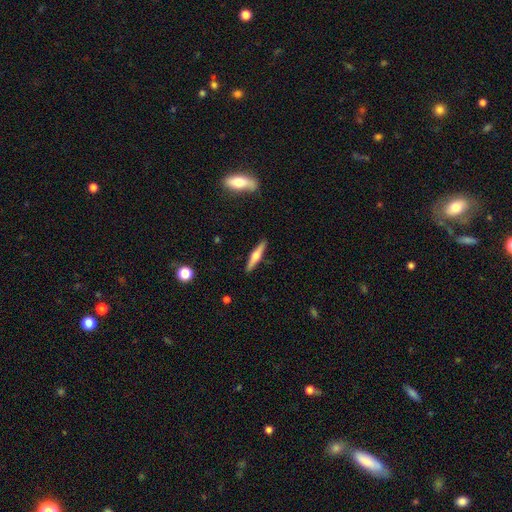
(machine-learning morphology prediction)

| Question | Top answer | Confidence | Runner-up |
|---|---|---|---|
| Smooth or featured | featured or disk | 55% | smooth (39%) |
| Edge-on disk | yes | 96% | no (4%) |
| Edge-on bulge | rounded | 88% | boxy (6%) |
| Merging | none | 90% | minor disturbance (7%) |